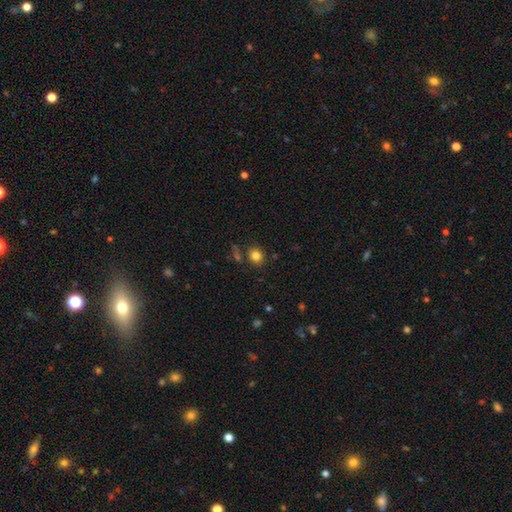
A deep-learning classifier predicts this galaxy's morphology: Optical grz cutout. It shows a smooth galaxy with no disk features (82%) that is round (72%). Merging: none (79%).